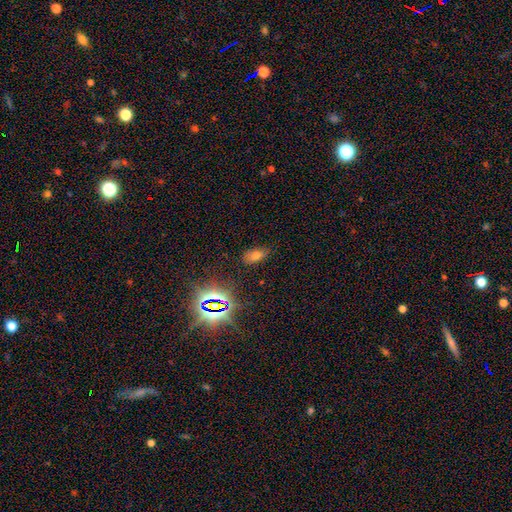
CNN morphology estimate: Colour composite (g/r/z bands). It shows a smooth galaxy with no disk features (60%) that is in between round and cigar-shaped (88%). Merging: none (81%).